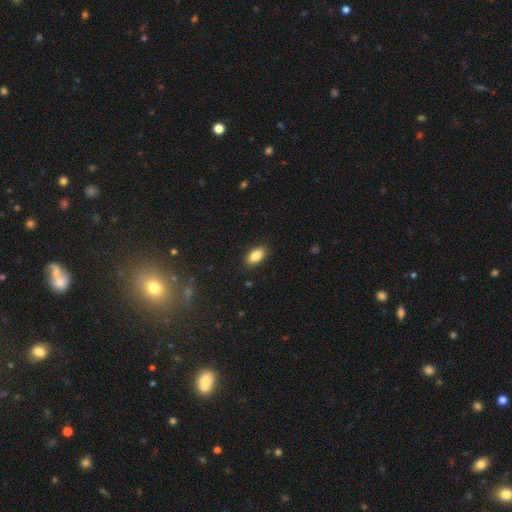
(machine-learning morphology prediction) type=smooth (86%); roundness=in between (91%); merging=none (88%).